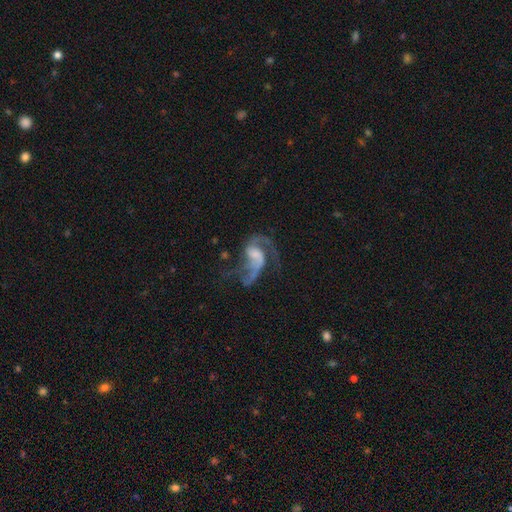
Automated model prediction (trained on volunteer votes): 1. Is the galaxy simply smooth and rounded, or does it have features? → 84% featured or disk, 8% smooth, 8% star or artifact.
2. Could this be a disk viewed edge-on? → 97% no, 3% yes.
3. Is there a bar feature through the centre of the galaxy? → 48% no, 40% weak, 12% strong.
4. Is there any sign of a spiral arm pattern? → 93% yes, 7% no.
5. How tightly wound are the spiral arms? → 56% loose, 36% medium, 8% tight.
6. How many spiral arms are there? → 76% 2, 8% 1, 6% 3, 6% can't tell, 2% 4, 2% more than 4.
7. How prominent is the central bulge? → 32% none, 30% small, 26% moderate, 11% large, 2% dominant.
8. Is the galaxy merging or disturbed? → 39% none, 38% major disturbance, 17% minor disturbance, 6% merger.